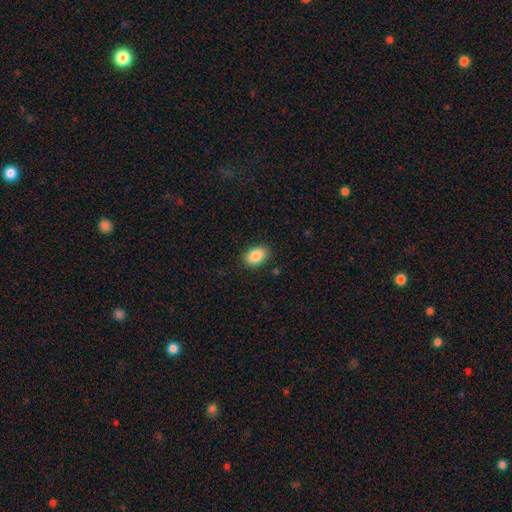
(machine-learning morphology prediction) smooth 87%, star or artifact 8%, featured or disk 5%. Down the decision tree: how rounded — in between (86%); merging — none (87%).